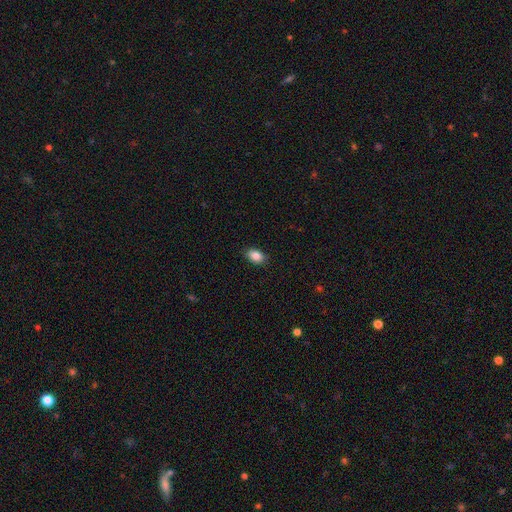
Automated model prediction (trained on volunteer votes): This appears to be a smooth galaxy with no disk features (87%) that is in between round and cigar-shaped (85%). Merging: none (88%).